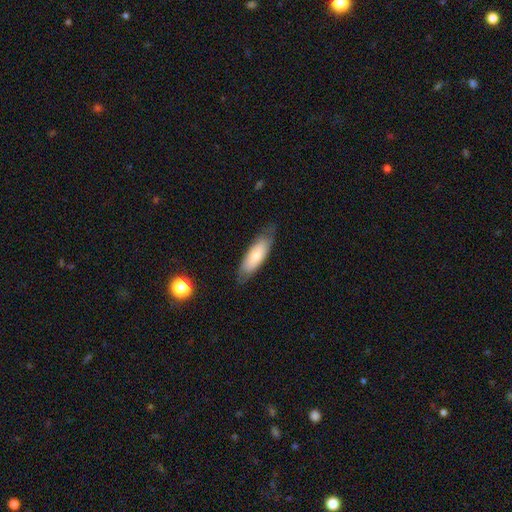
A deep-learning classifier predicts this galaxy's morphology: This is likely a smooth galaxy (66%). How rounded: likely in between (63%). Merging: likely none (70%).